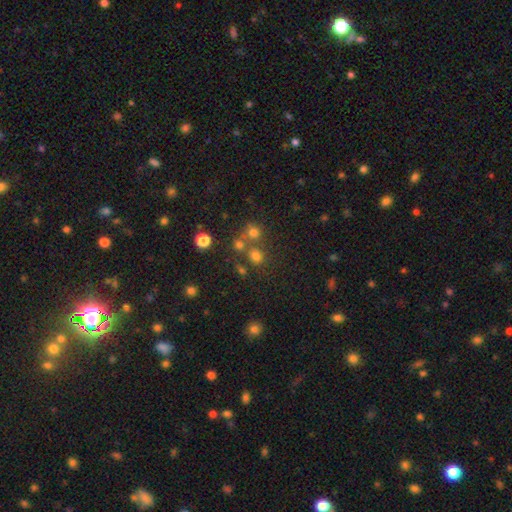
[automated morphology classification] Q: Smooth or featured?
A: smooth (67%); runner-up: star or artifact (24%)
Q: How rounded?
A: round (84%); runner-up: in between (15%)
Q: Merging?
A: none (63%); runner-up: merger (26%)